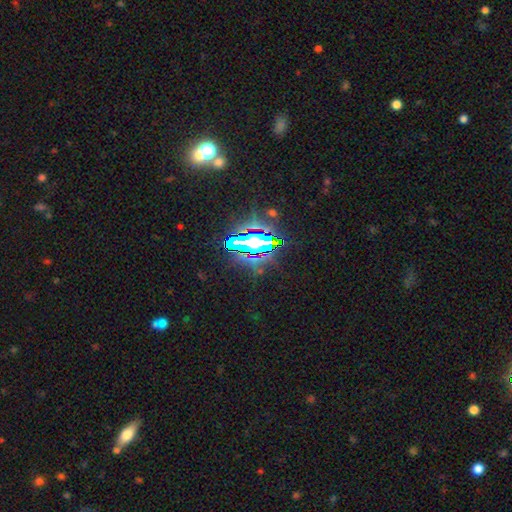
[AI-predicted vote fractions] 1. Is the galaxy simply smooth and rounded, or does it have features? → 83% star or artifact, 9% smooth, 8% featured or disk.